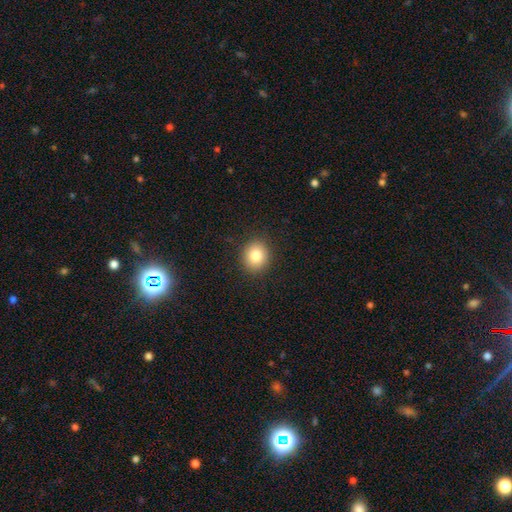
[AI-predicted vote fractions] Smooth or featured? smooth (82%)
How rounded? round (78%)
Merging? none (90%)